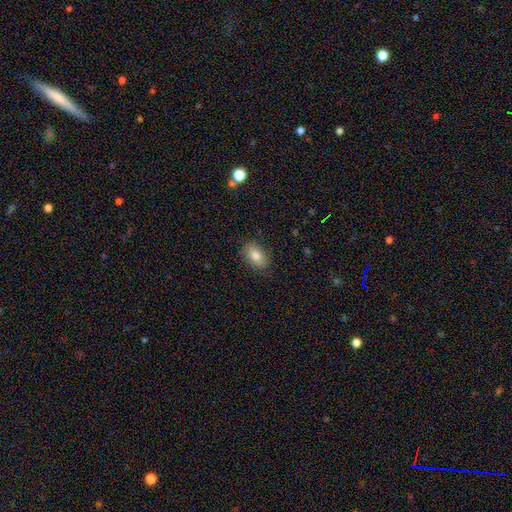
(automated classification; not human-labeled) Overall: smooth (82%). How rounded: in between (89%). Merging: none (85%).